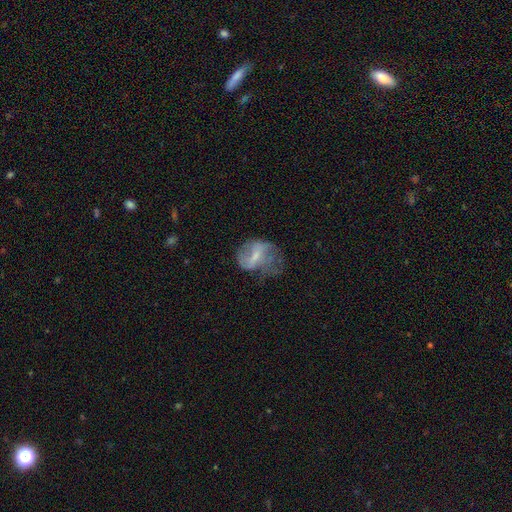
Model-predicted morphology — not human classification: type=featured or disk (52%); edge-on=no (96%); bar=weak (46%); spiral arms=no (55%); bulge=small (46%); merging=major disturbance (39%).